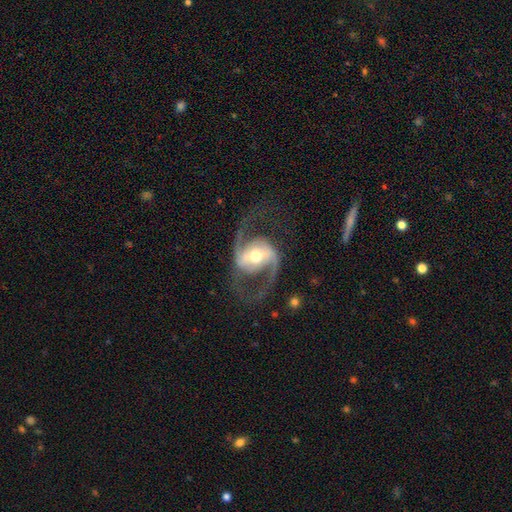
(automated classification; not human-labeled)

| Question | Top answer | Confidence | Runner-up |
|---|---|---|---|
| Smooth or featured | featured or disk | 91% | smooth (4%) |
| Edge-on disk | no | 97% | yes (3%) |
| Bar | strong | 49% | weak (33%) |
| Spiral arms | yes | 97% | no (3%) |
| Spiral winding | medium | 49% | loose (42%) |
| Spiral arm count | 2 | 94% | 1 (2%) |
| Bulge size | moderate | 68% | small (21%) |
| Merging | none | 75% | minor disturbance (12%) |